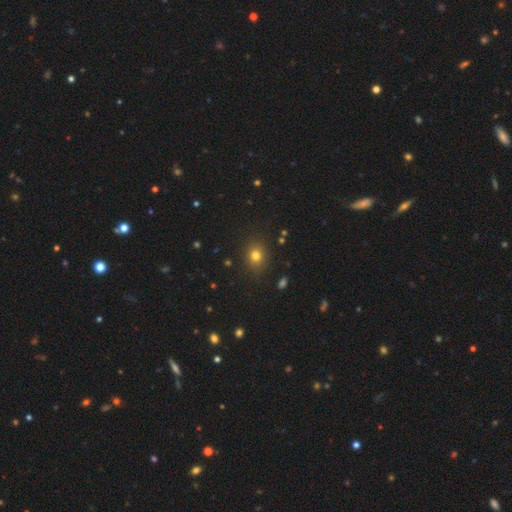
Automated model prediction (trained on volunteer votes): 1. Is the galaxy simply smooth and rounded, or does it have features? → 77% smooth, 16% star or artifact, 7% featured or disk.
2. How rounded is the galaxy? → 68% round, 31% in between, 1% cigar-shaped.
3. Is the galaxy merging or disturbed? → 87% none, 9% minor disturbance, 3% major disturbance, 2% merger.